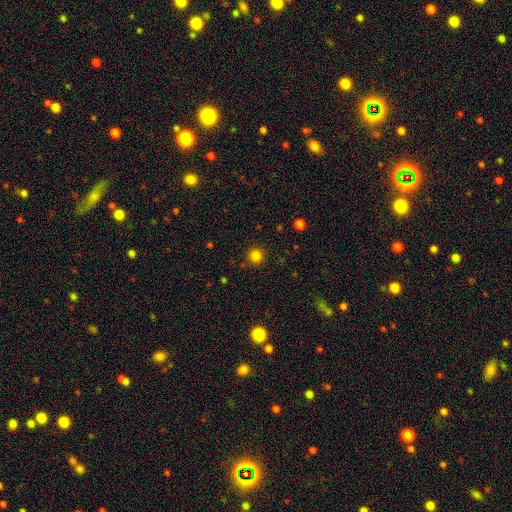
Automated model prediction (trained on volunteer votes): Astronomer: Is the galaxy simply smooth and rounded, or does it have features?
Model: smooth — 83%.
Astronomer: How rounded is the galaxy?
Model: round — 95%.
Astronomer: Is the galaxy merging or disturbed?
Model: none — 90%.